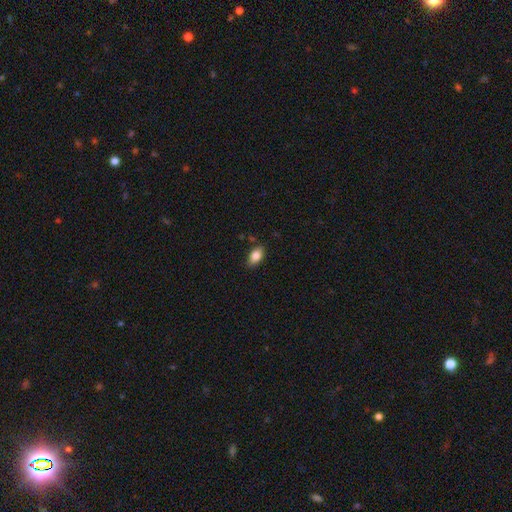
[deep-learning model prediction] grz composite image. It shows a smooth galaxy with no disk features (85%) that is in between round and cigar-shaped (91%). Merging: none (83%).